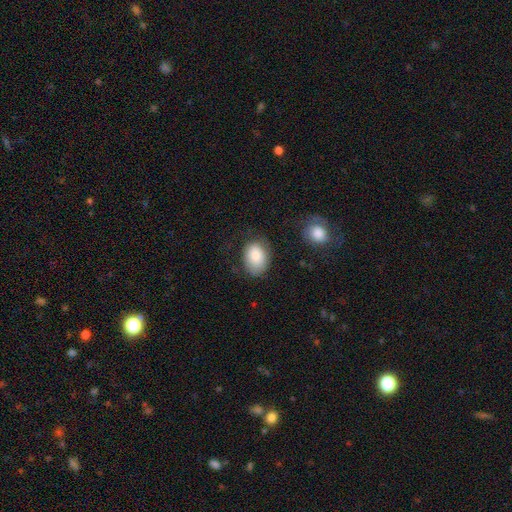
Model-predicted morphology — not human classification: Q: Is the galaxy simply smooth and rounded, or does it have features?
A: smooth — 83%.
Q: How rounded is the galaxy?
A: in between — 79%.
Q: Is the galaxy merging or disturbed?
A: none — 65%.